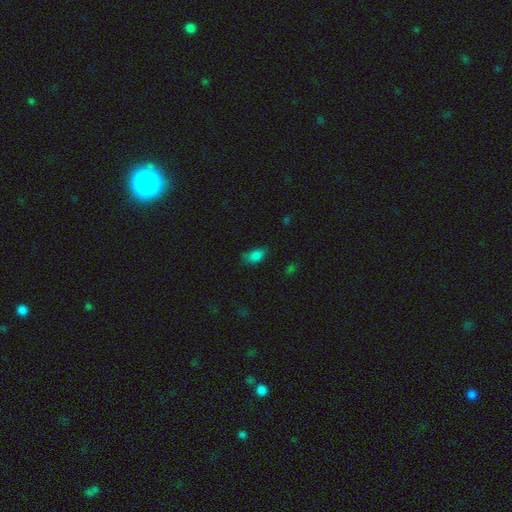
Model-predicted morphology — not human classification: smooth 82%, star or artifact 12%, featured or disk 6%. Down the decision tree: how rounded — in between (89%); merging — none (64%).